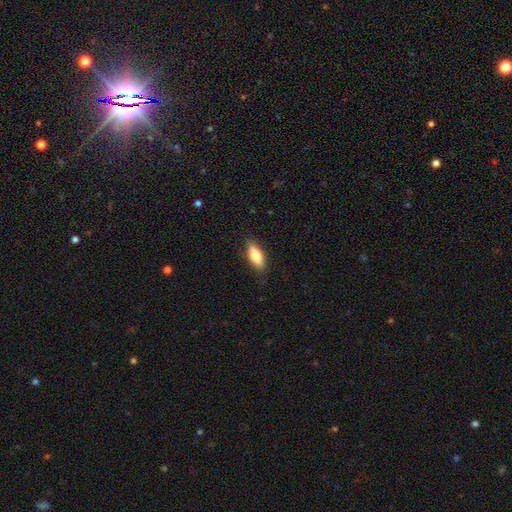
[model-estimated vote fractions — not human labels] Morphology: type=smooth (77%); roundness=in between (73%); merging=none (86%).